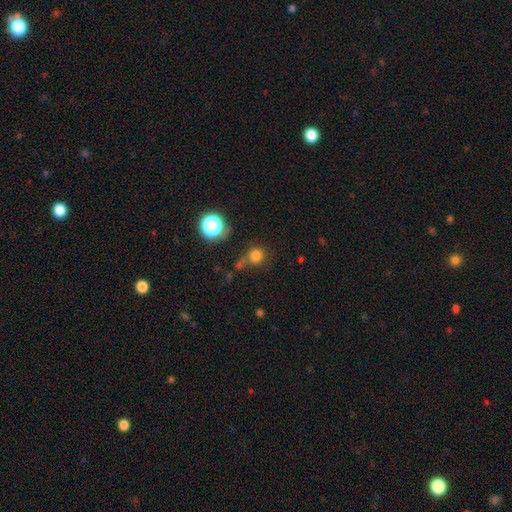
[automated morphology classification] type=smooth (75%); roundness=round (89%); merging=none (64%).